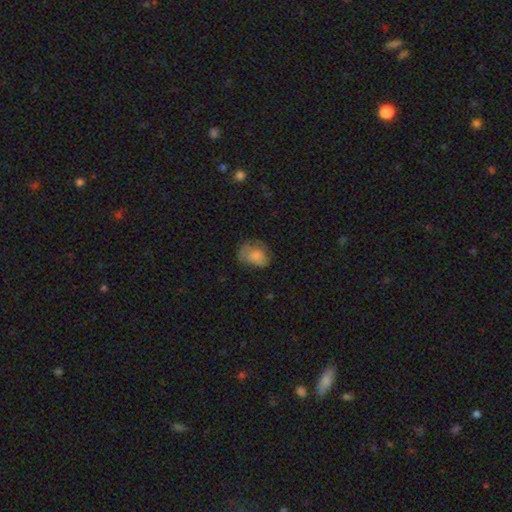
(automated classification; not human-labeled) Smooth or featured? smooth (71%)
How rounded? in between (73%)
Merging? none (42%)